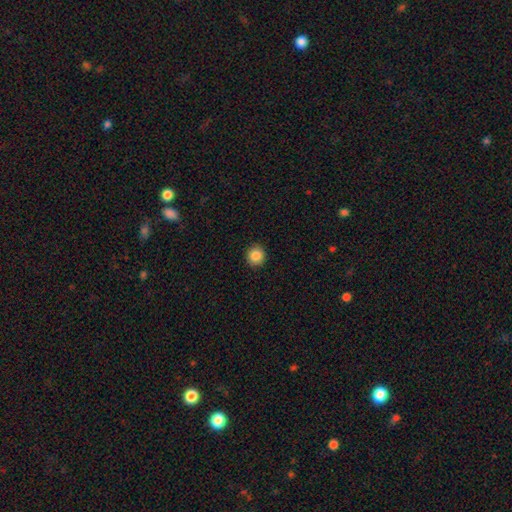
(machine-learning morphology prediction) This is clearly a smooth galaxy (87%). How rounded: clearly round (93%). Merging: clearly none (92%).